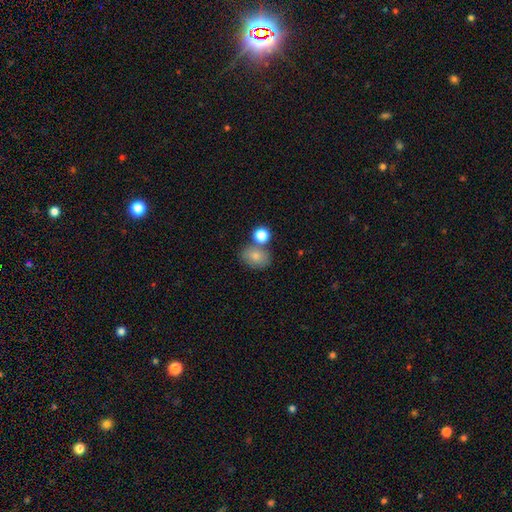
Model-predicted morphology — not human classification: Smooth or featured? smooth (80%)
How rounded? in between (60%)
Merging? none (60%)